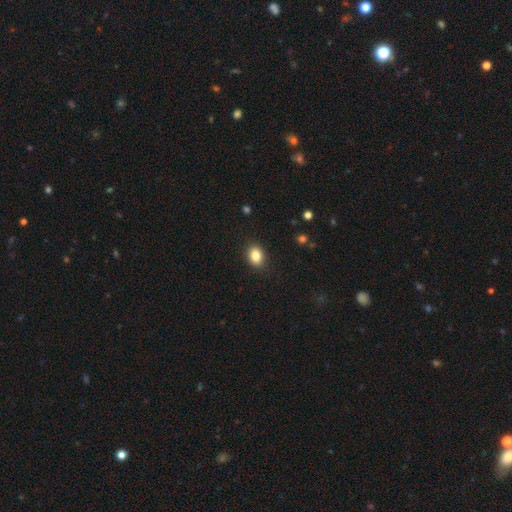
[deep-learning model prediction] The model was most divided on "how rounded": in between: 67%, round: 32%, cigar-shaped: 1%. More confident: merging — none (89%); smooth or featured — smooth (85%).